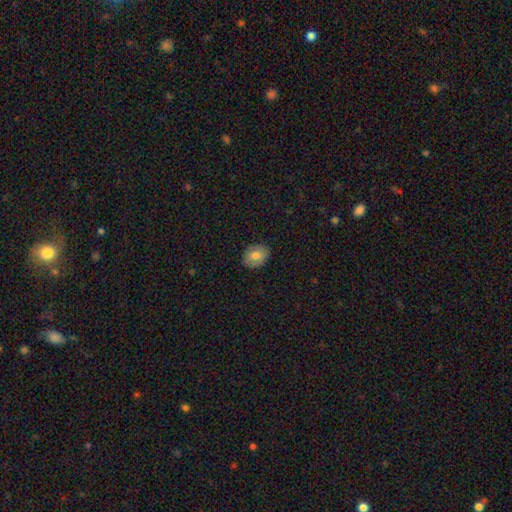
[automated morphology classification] Smooth or featured: smooth — 76% (featured or disk — 16%)
How rounded: in between — 58% (round — 41%)
Merging: none — 87% (minor disturbance — 10%)